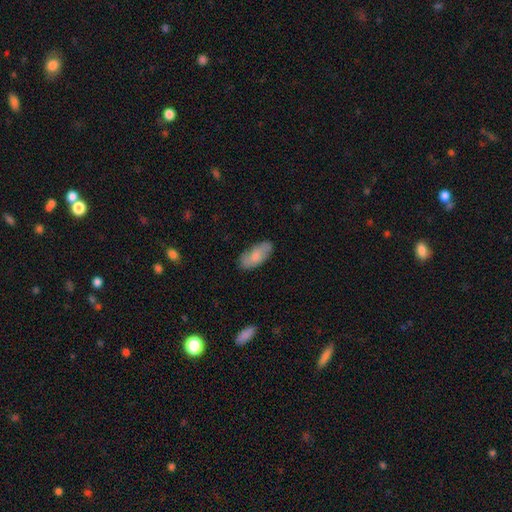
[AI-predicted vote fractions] Morphology: type=smooth (68%); roundness=in between (90%); merging=none (75%).